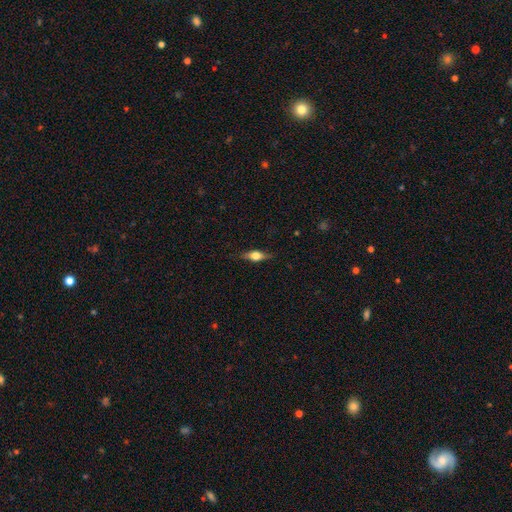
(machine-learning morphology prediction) Smooth or featured?
  - featured or disk: 46% * (tied)
  - smooth: 46% * (tied)
  - star or artifact: 8%
Merging?
  - none: 82% *
  - minor disturbance: 14%
  - major disturbance: 3%
  - merger: 1%